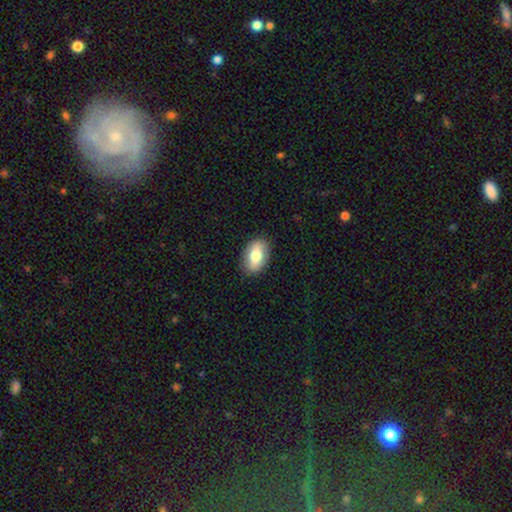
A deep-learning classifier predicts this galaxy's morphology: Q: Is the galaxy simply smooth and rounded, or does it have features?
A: smooth — 73%.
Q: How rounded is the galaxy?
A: in between — 91%.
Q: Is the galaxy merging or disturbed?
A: none — 87%.